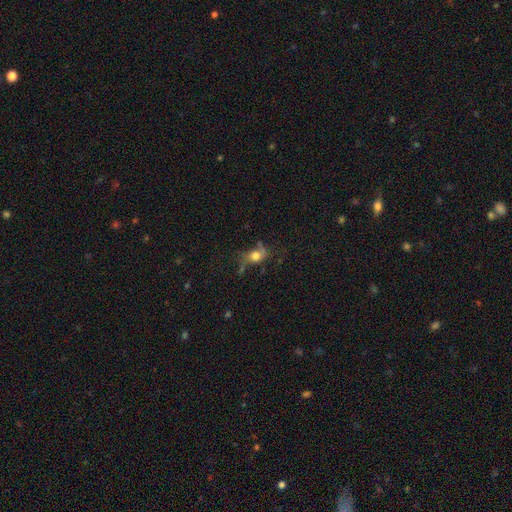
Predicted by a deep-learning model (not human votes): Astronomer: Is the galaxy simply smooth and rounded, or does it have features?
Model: smooth — 58%.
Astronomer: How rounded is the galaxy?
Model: in between — 61%.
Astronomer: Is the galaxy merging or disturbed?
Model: none — 43% (runner-up: minor disturbance, 25%).